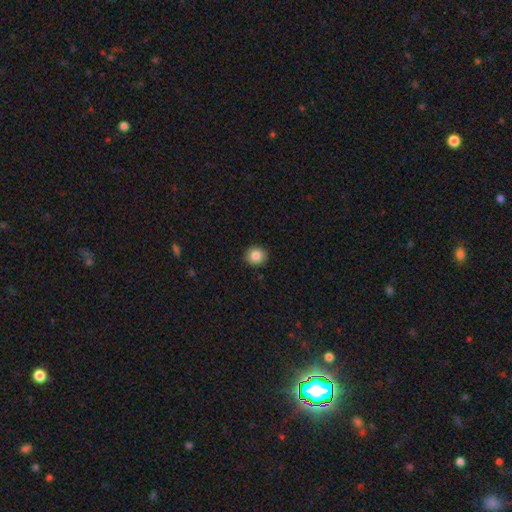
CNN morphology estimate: The model was most divided on "smooth or featured": smooth: 86%, star or artifact: 9%, featured or disk: 5%. More confident: merging — none (91%); how rounded — round (90%).